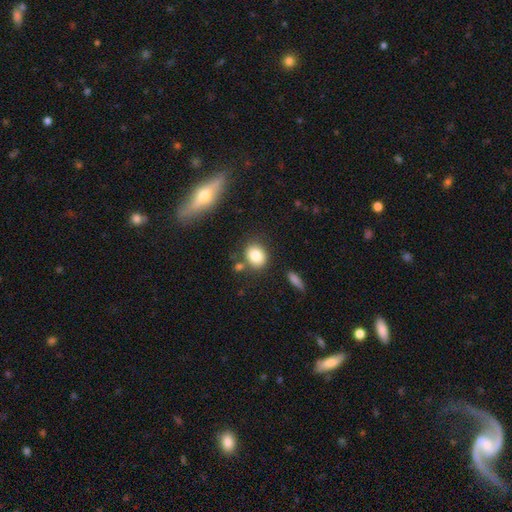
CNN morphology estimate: A smooth galaxy with no disk features (83%) that is round (58%).

Vote fractions:
- Smooth or featured? smooth: 83% / star or artifact: 9% / featured or disk: 8%
- How rounded? round: 58% / in between: 41% / cigar-shaped: 1%
- Merging? none: 72% / minor disturbance: 13% / merger: 11% / major disturbance: 4%